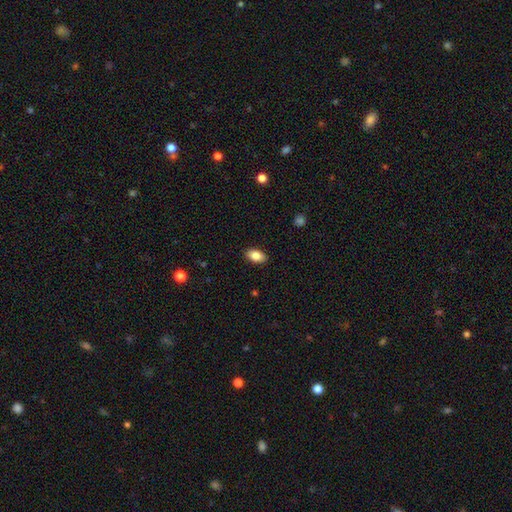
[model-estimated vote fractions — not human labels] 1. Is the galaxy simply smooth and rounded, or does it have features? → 84% smooth, 8% featured or disk, 8% star or artifact.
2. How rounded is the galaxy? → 92% in between, 6% round, 2% cigar-shaped.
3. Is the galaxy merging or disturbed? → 89% none, 8% minor disturbance, 2% major disturbance, 1% merger.